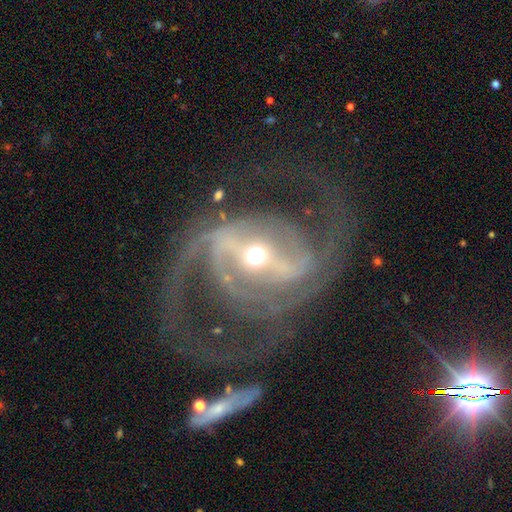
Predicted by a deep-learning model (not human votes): Smooth or featured?
  - featured or disk: 89% *
  - star or artifact: 6%
  - smooth: 6%
Edge-on disk?
  - no: 96% *
  - yes: 4%
Bar?
  - strong: 55% *
  - weak: 31%
  - no: 14%
Spiral arms?
  - yes: 92% *
  - no: 8%
Spiral winding?
  - medium: 45% *
  - loose: 28%
  - tight: 26%
Spiral arm count?
  - 2: 73% *
  - can't tell: 9%
  - 3: 6%
  - 1: 5%
  - 4: 4%
  - more than 4: 3%
Bulge size?
  - moderate: 63% *
  - small: 28%
  - large: 6%
  - dominant: 1%
  - none: 1%
Merging?
  - none: 62% *
  - major disturbance: 18%
  - minor disturbance: 16%
  - merger: 3%